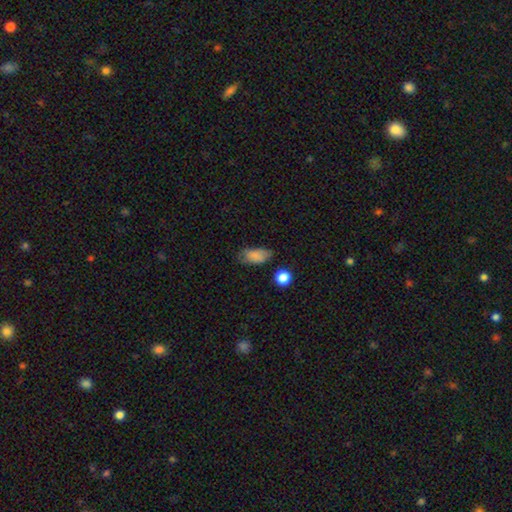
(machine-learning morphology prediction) smooth-or-featured: smooth: 80% | star or artifact: 10% | featured or disk: 10%
  how-rounded: in between: 89% | round: 6% | cigar-shaped: 5%
  merging: none: 63% | minor disturbance: 26% | major disturbance: 8% | merger: 3%